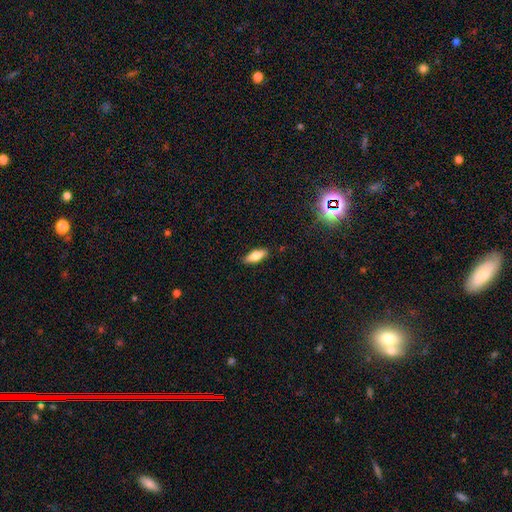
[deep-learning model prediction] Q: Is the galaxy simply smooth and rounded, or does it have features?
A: smooth — 71%.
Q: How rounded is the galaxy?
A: in between — 67%.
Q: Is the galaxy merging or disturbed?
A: none — 88%.